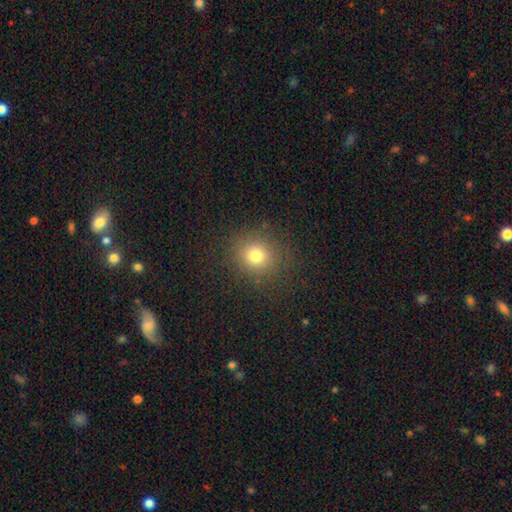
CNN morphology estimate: Smooth or featured? smooth (76%)
How rounded? round (85%)
Merging? none (87%)